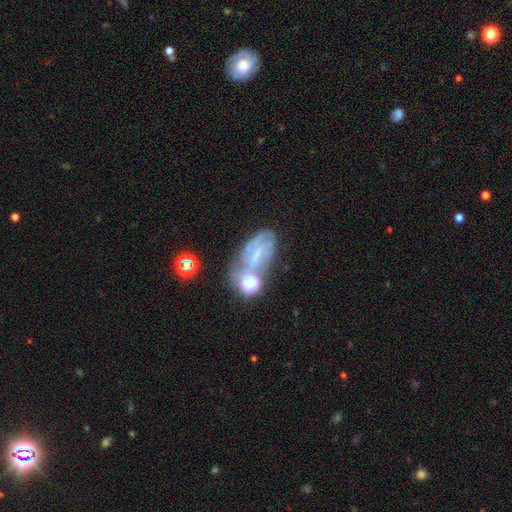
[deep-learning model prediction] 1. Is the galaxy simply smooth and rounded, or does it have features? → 57% featured or disk, 24% smooth, 19% star or artifact.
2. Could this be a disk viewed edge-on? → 93% no, 7% yes.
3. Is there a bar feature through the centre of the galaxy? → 41% no, 39% weak, 20% strong.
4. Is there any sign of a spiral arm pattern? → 72% yes, 28% no.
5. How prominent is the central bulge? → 59% small, 20% none, 17% moderate, 2% large, 2% dominant.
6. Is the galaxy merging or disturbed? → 49% none, 21% minor disturbance, 15% merger, 15% major disturbance.